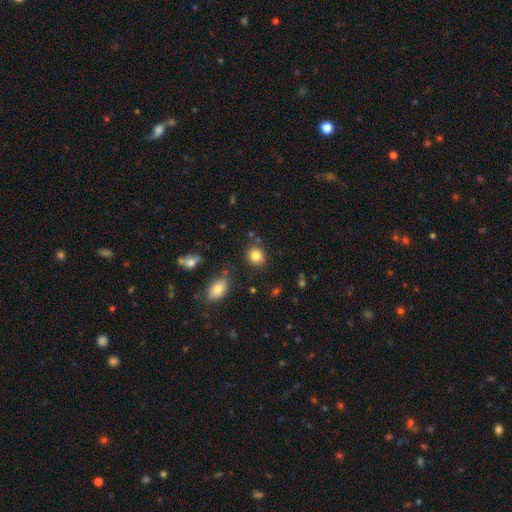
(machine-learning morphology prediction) The model was most divided on "how rounded": round: 76%, in between: 23%, cigar-shaped: 1%. More confident: smooth or featured — smooth (83%); merging — none (82%).